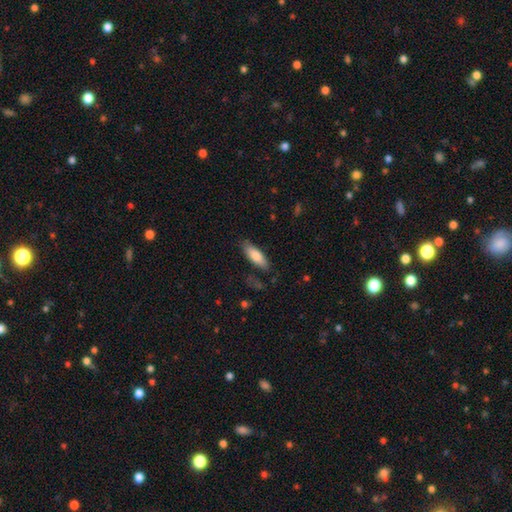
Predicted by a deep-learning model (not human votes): A smooth galaxy with no disk features (79%) that is in between round and cigar-shaped (56%).

Vote fractions:
- Smooth or featured? smooth: 79% / featured or disk: 15% / star or artifact: 6%
- How rounded? in between: 56% / cigar-shaped: 42% / round: 2%
- Merging? none: 81% / minor disturbance: 14% / major disturbance: 3% / merger: 2%